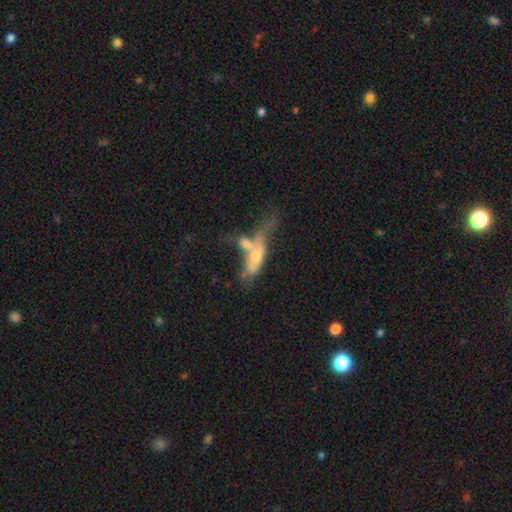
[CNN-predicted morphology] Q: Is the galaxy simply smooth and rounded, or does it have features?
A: featured or disk — 52%.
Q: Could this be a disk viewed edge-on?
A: no — 62%.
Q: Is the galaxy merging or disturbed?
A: merger — 52%.